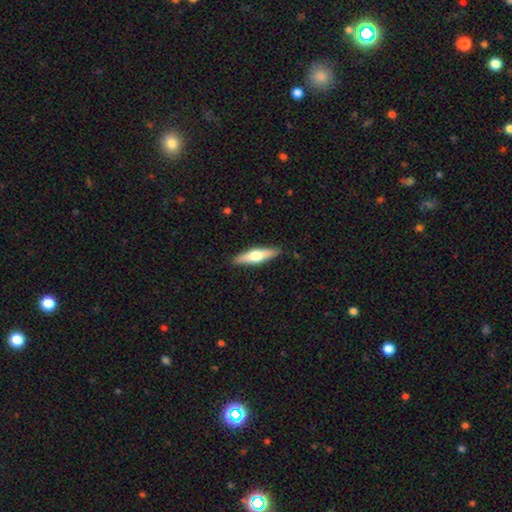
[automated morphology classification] This is possibly a smooth galaxy (51%). How rounded: likely cigar-shaped (70%). Merging: clearly none (90%).